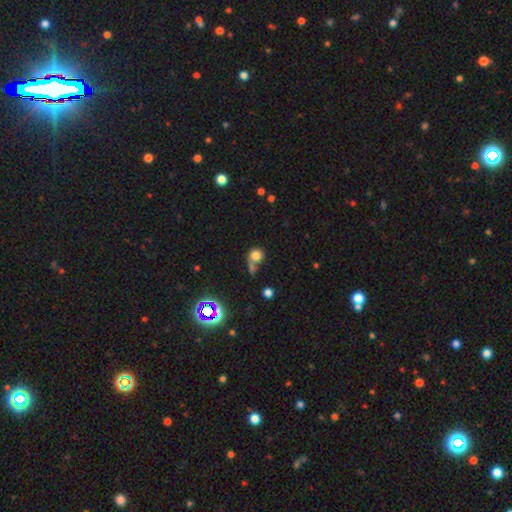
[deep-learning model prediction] A smooth galaxy with no disk features (74%) that is round (84%). Merging: none (44%).